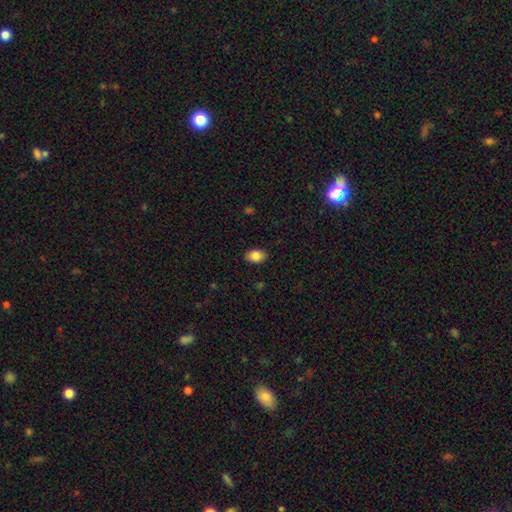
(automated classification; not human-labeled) Overall: smooth (85%). How rounded: in between (83%). Merging: none (86%).